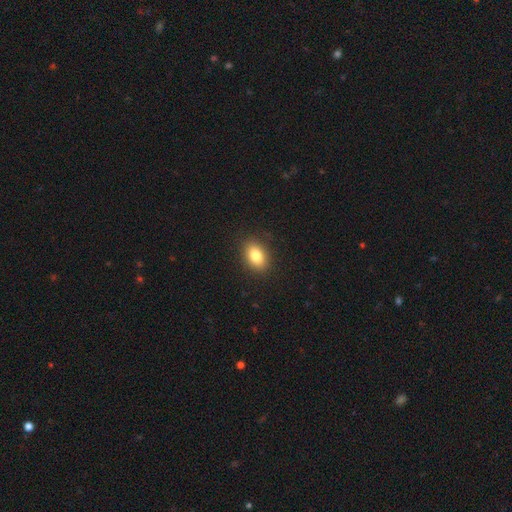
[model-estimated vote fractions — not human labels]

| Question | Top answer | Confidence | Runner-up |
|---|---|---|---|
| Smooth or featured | smooth | 82% | featured or disk (9%) |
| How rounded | in between | 82% | round (17%) |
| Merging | none | 89% | minor disturbance (8%) |